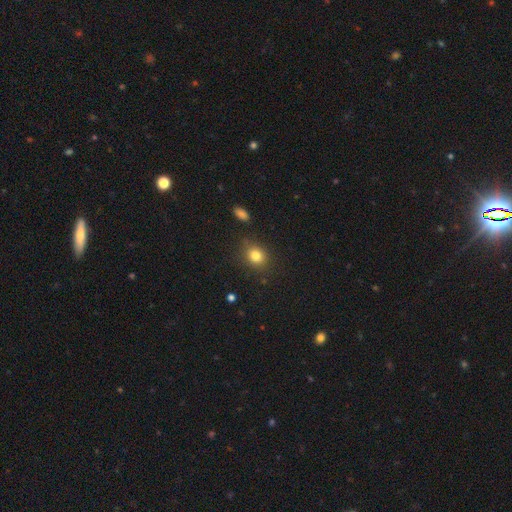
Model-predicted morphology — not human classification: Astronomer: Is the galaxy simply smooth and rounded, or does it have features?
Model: smooth — 81%.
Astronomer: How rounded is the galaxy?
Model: round — 61% (runner-up: in between, 38%).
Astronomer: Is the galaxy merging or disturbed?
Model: none — 82%.